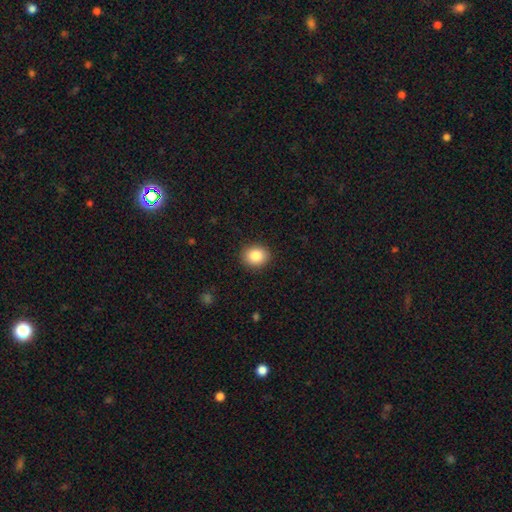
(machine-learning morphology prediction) The model was most divided on "how rounded": round: 66%, in between: 34%, cigar-shaped: 1%. More confident: merging — none (90%); smooth or featured — smooth (86%).